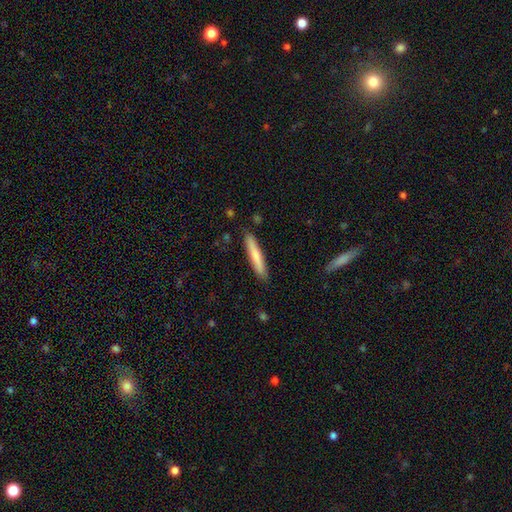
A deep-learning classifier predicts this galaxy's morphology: Q: Smooth or featured?
A: smooth (70%); runner-up: featured or disk (24%)
Q: How rounded?
A: cigar-shaped (93%); runner-up: in between (6%)
Q: Merging?
A: none (88%); runner-up: minor disturbance (9%)